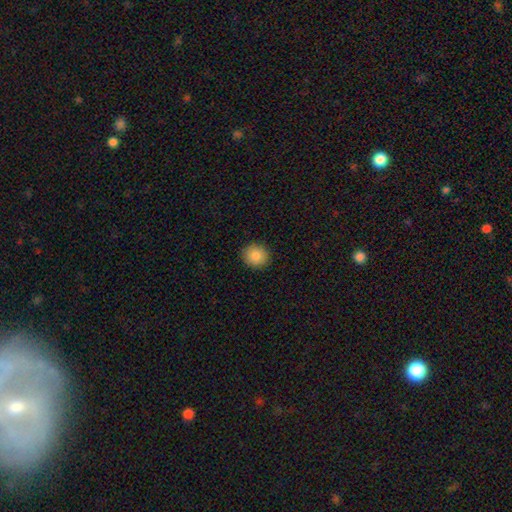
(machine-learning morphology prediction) This is clearly a smooth galaxy (86%). How rounded: clearly round (84%). Merging: clearly none (91%).